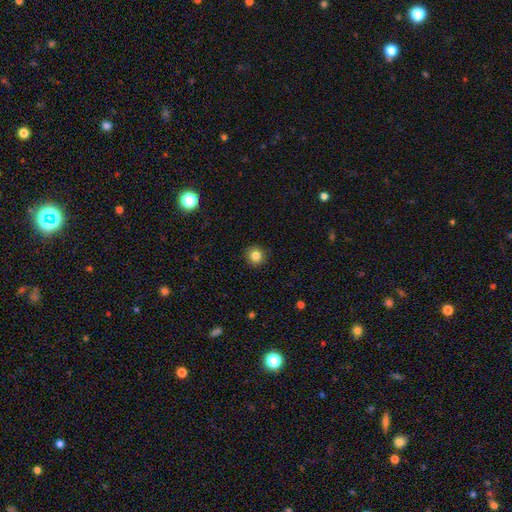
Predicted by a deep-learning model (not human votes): Smooth or featured: smooth — 84% (star or artifact — 11%)
How rounded: round — 93% (in between — 6%)
Merging: none — 92% (minor disturbance — 6%)